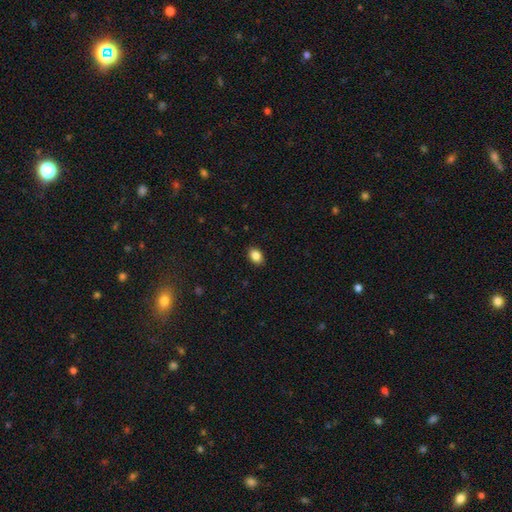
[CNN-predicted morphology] smooth-or-featured: smooth: 86% | star or artifact: 9% | featured or disk: 5%
  how-rounded: in between: 78% | round: 21% | cigar-shaped: 1%
  merging: none: 89% | minor disturbance: 8% | major disturbance: 2% | merger: 1%